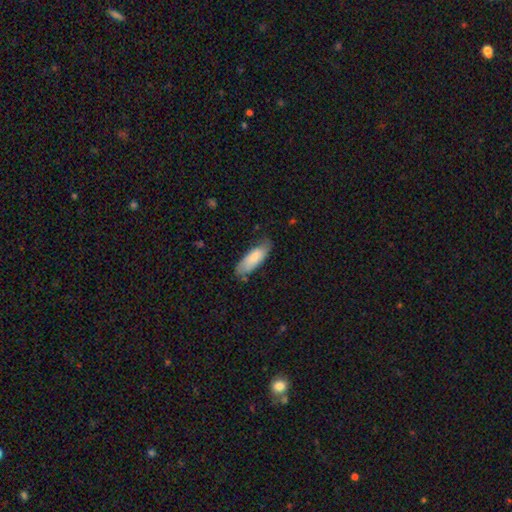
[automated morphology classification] A smooth galaxy with no disk features (78%) that is in between round and cigar-shaped (61%). Merging: none (73%).